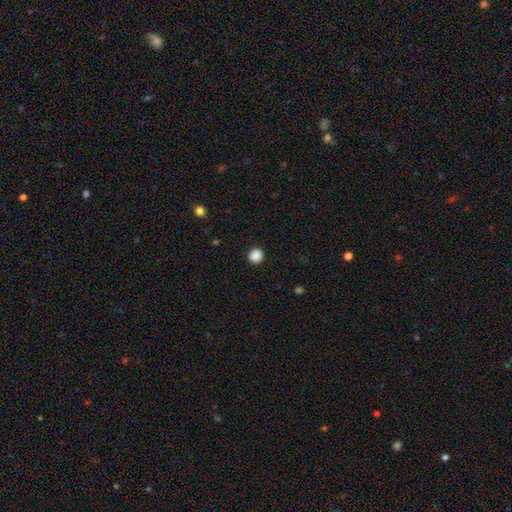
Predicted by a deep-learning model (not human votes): Smooth or featured: smooth — 88% (star or artifact — 10%)
How rounded: round — 91% (in between — 8%)
Merging: none — 92% (minor disturbance — 5%)